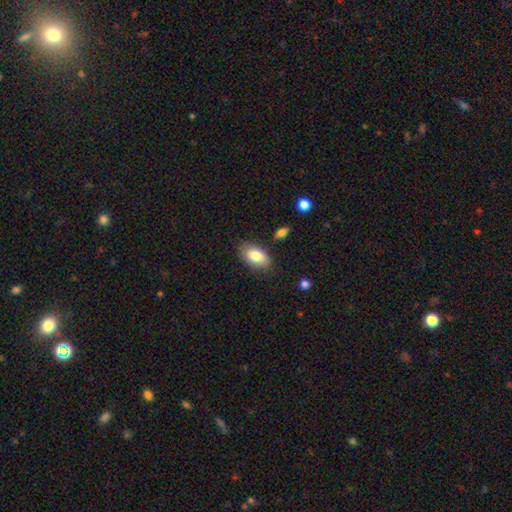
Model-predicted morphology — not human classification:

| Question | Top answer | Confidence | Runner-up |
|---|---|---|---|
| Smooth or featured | smooth | 82% | featured or disk (12%) |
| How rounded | in between | 93% | round (6%) |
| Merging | none | 79% | minor disturbance (15%) |